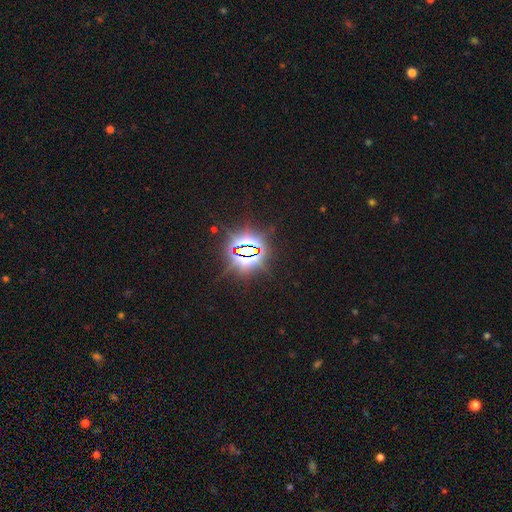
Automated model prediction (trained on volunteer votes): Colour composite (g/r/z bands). It shows a star or artifact, not a galaxy (84%).